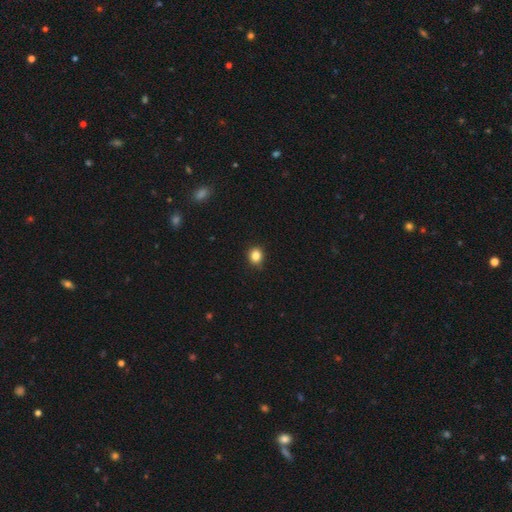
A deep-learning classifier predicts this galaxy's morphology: The model was most divided on "how rounded": round: 78%, in between: 21%, cigar-shaped: 1%. More confident: merging — none (88%); smooth or featured — smooth (85%).